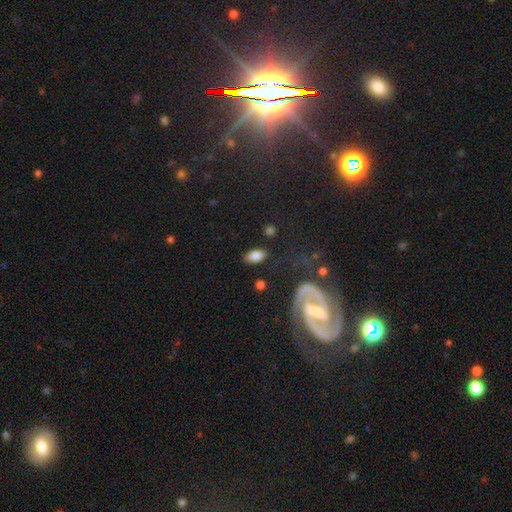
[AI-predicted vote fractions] Q: Smooth or featured?
A: smooth (79%); runner-up: featured or disk (12%)
Q: How rounded?
A: in between (92%); runner-up: round (5%)
Q: Merging?
A: none (81%); runner-up: minor disturbance (12%)